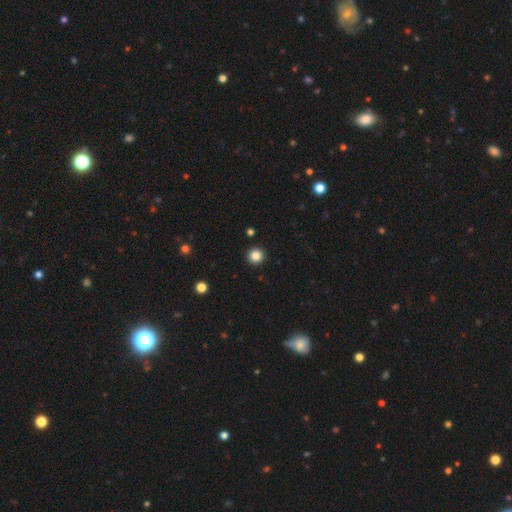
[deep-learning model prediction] Overall: smooth (85%). How rounded: round (96%). Merging: none (93%).